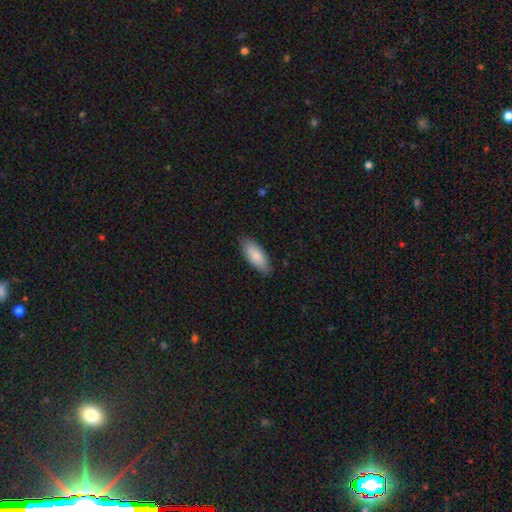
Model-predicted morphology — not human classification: Smooth or featured?
  - smooth: 86% *
  - featured or disk: 9%
  - star or artifact: 5%
How rounded?
  - in between: 78% *
  - cigar-shaped: 20%
  - round: 2%
Merging?
  - none: 85% *
  - minor disturbance: 12%
  - major disturbance: 2%
  - merger: 1%